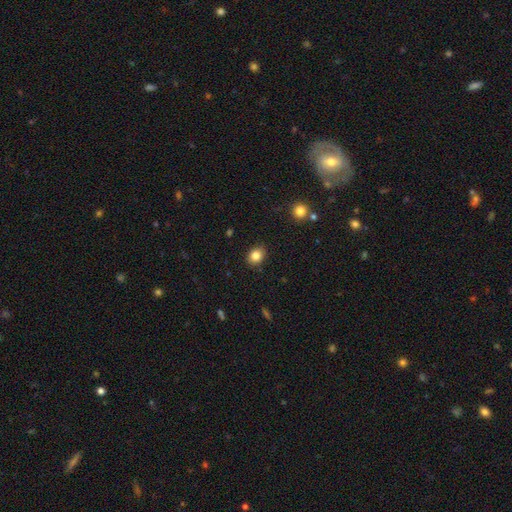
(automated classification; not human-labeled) This appears to be a smooth galaxy with no disk features (84%) that is round (54%). Merging: none (88%).